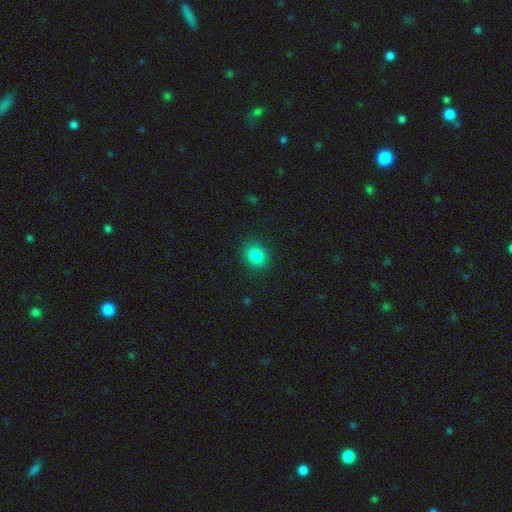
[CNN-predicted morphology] Q: Smooth or featured?
A: smooth (85%); runner-up: star or artifact (11%)
Q: How rounded?
A: round (62%); runner-up: in between (37%)
Q: Merging?
A: none (88%); runner-up: minor disturbance (8%)